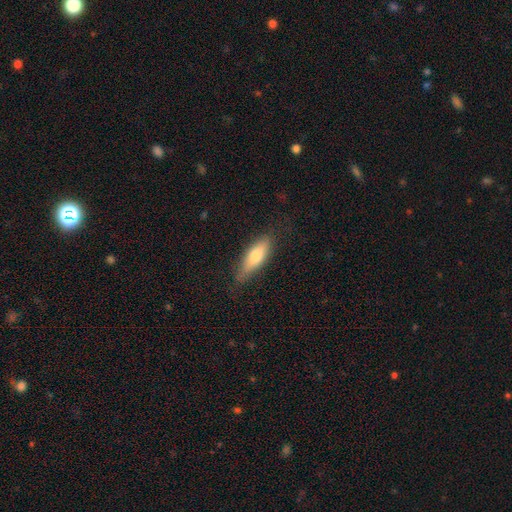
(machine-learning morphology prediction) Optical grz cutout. It shows a smooth galaxy with no disk features (69%) that is cigar-shaped (51%). Merging: none (78%).